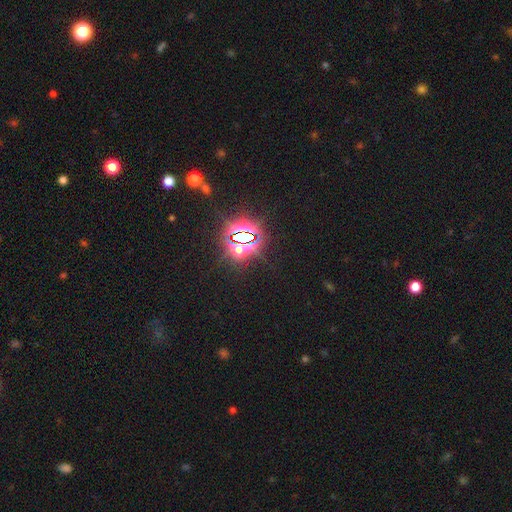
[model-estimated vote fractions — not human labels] Smooth or featured: star or artifact — 82% (smooth — 11%)